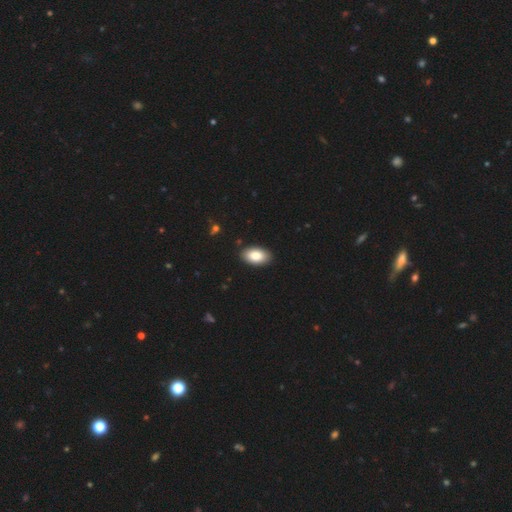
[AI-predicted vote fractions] Overall: smooth (85%). How rounded: in between (94%). Merging: none (89%).